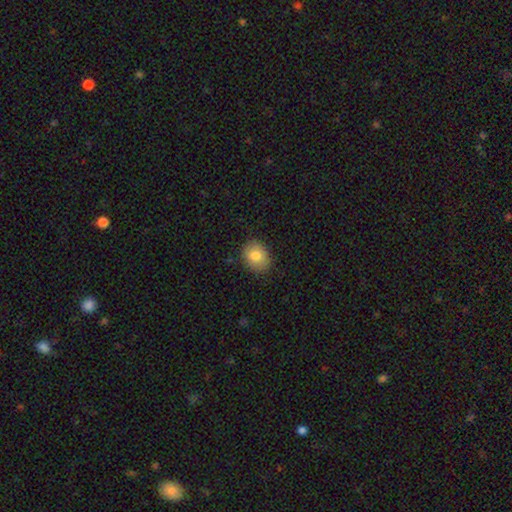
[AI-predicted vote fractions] smooth 81%, featured or disk 11%, star or artifact 8%. Down the decision tree: how rounded — in between (55%); merging — none (85%).